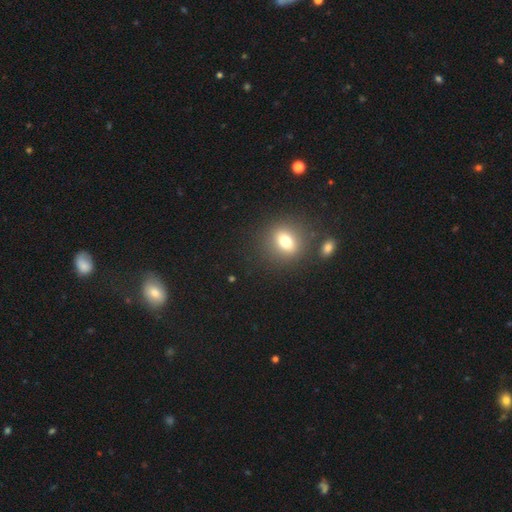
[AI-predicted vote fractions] Overall: smooth (59%; star or artifact 29%). How rounded: round (74%). Merging: none (80%).